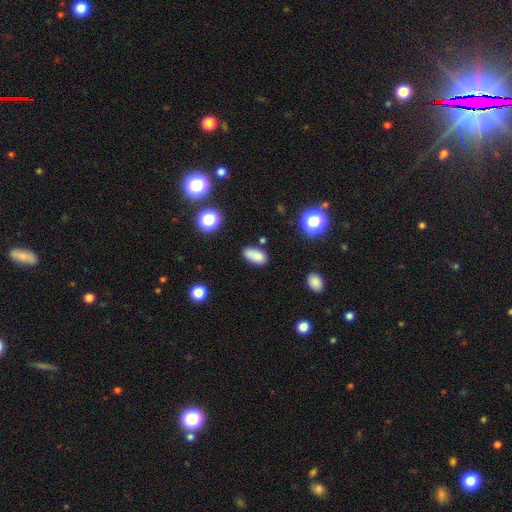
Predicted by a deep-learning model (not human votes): This appears to be a smooth galaxy with no disk features (81%) that is in between round and cigar-shaped (89%). Merging: none (71%).